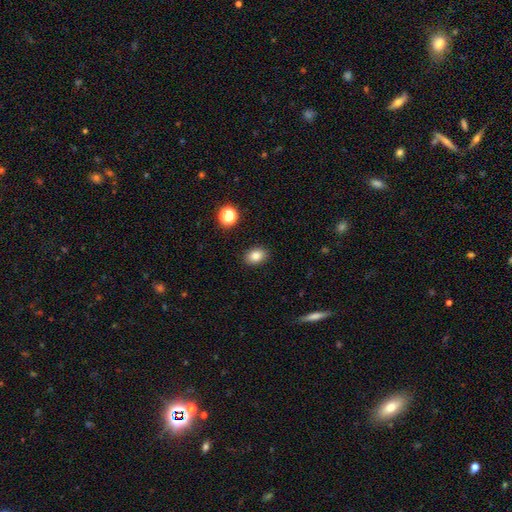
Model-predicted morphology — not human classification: The model was most divided on "how rounded": in between: 73%, round: 26%, cigar-shaped: 1%. More confident: merging — none (89%); smooth or featured — smooth (84%).